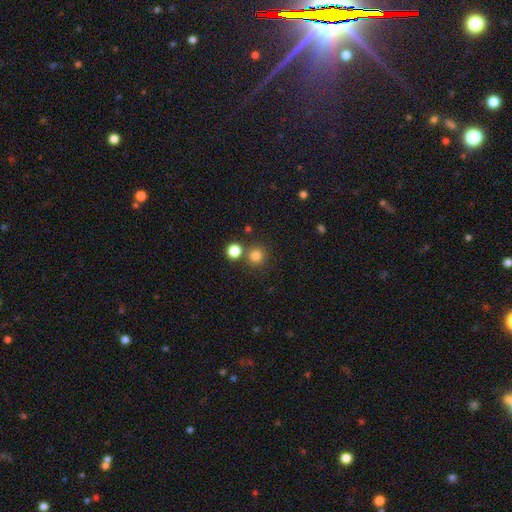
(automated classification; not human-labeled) smooth 81%, star or artifact 15%, featured or disk 5%. Down the decision tree: how rounded — round (93%); merging — none (76%).